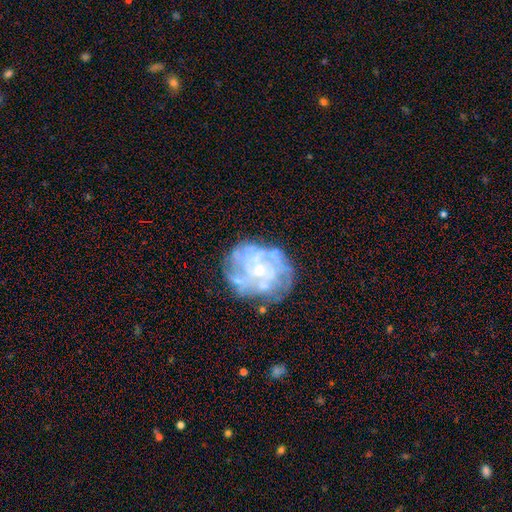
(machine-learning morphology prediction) smooth-or-featured: featured or disk: 77% | smooth: 14% | star or artifact: 9%
  disk-edge-on: no: 98% | yes: 2%
    bar: no: 79% | weak: 17% | strong: 4%
    has-spiral-arms: yes: 58% | no: 42%
    bulge-size: small: 66% | moderate: 24% | none: 6% | large: 2% | dominant: 1%
  merging: none: 63% | minor disturbance: 18% | major disturbance: 13% | merger: 6%